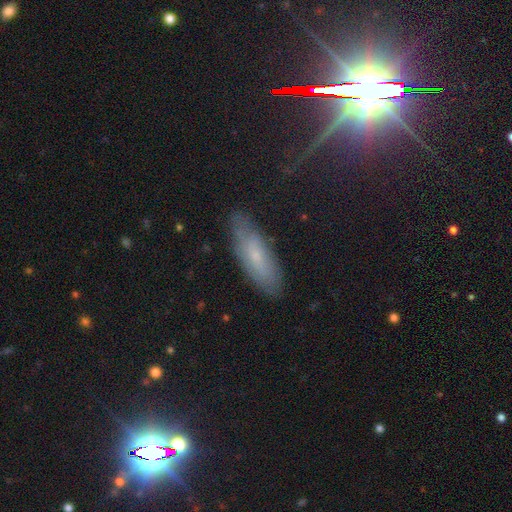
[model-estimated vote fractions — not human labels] Smooth or featured? smooth (54%)
How rounded? in between (58%)
Merging? none (81%)